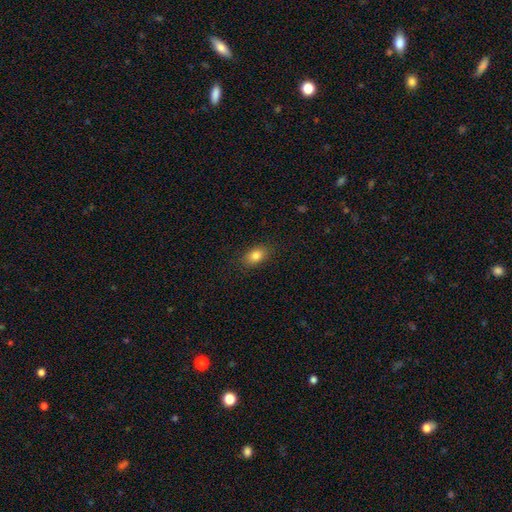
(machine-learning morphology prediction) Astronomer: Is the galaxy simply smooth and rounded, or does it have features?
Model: smooth — 84%.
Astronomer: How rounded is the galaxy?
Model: in between — 85%.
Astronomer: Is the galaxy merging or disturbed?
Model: none — 86%.